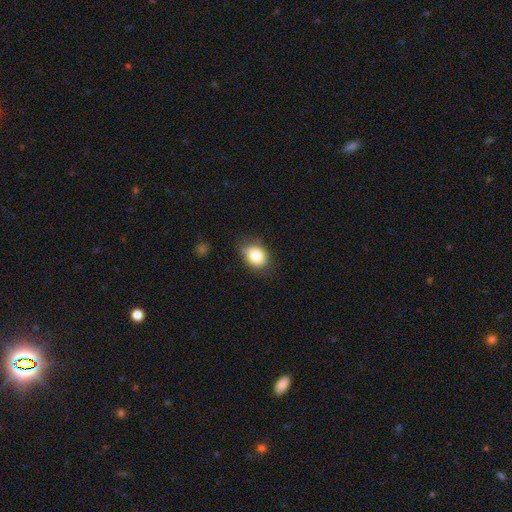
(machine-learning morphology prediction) type=smooth (83%); roundness=in between (62%); merging=none (74%).